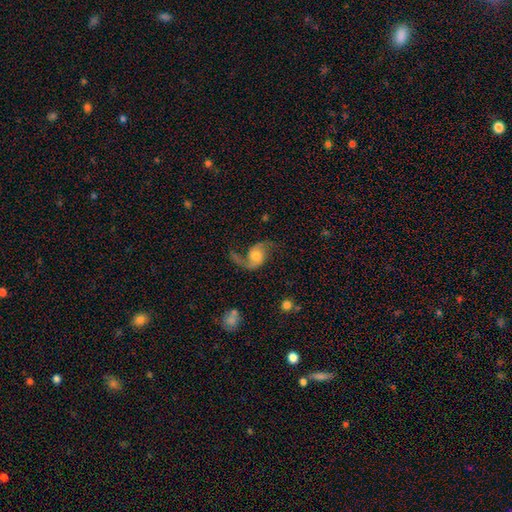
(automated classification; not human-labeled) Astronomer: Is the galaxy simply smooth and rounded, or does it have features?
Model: featured or disk — 84%.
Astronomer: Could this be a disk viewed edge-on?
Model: no — 98%.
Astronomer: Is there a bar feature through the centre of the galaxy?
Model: no — 61%.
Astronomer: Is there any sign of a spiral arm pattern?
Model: yes — 96%.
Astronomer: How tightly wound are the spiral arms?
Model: loose — 76%.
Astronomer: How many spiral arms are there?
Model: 2 — 88%.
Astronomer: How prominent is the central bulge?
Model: moderate — 50%.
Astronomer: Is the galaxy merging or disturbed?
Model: none — 61%.